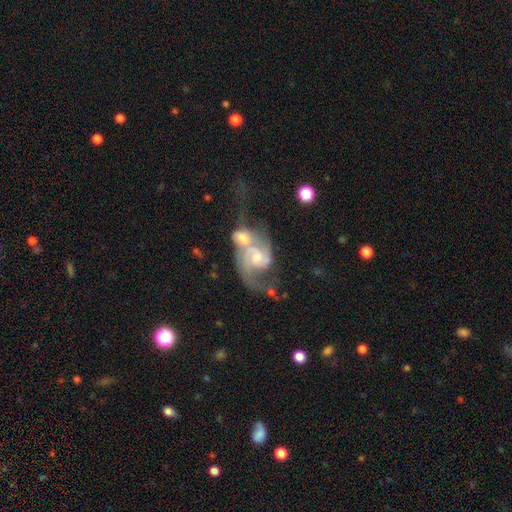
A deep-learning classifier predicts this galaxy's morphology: This is clearly a featured or disk galaxy (83%). It is clearly not viewed edge-on (98%). Bar: possibly no (60%). Spiral arm pattern: clearly yes (94%). Spiral arm count: likely 2 (72%). Spiral winding: marginally medium (44%). Central bulge: possibly moderate (45%). Merging: likely merger (63%).